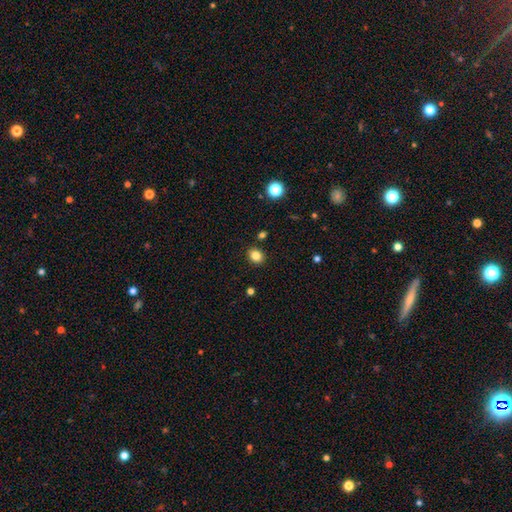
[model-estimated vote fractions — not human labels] A smooth galaxy with no disk features (84%) that is round (57%).

Vote fractions:
- Smooth or featured? smooth: 84% / star or artifact: 11% / featured or disk: 5%
- How rounded? round: 57% / in between: 42% / cigar-shaped: 1%
- Merging? none: 88% / minor disturbance: 8% / merger: 2% / major disturbance: 2%